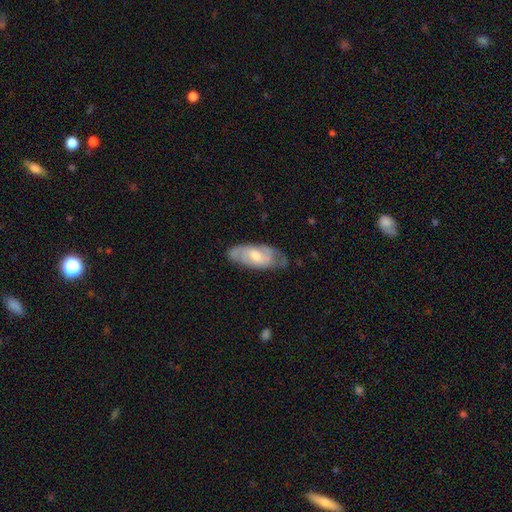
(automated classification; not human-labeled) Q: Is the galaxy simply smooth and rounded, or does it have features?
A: featured or disk — 66%.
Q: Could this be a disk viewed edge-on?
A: no — 87%.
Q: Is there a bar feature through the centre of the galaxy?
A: no — 50%.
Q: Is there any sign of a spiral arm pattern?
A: yes — 82%.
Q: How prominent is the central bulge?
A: moderate — 59%.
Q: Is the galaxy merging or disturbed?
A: none — 67%.